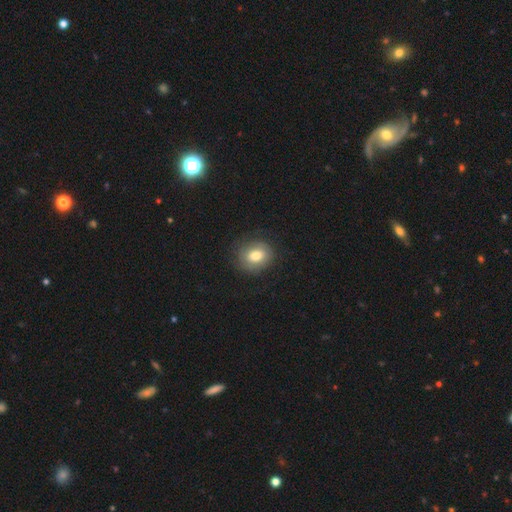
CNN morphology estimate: Smooth or featured? smooth (70%)
How rounded? round (59%)
Merging? none (77%)